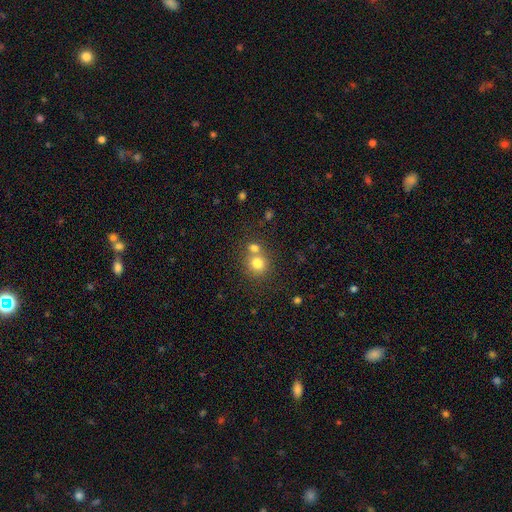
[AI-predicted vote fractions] Q: Smooth or featured?
A: smooth (71%); runner-up: star or artifact (18%)
Q: How rounded?
A: round (87%); runner-up: in between (12%)
Q: Merging?
A: none (55%); runner-up: merger (35%)